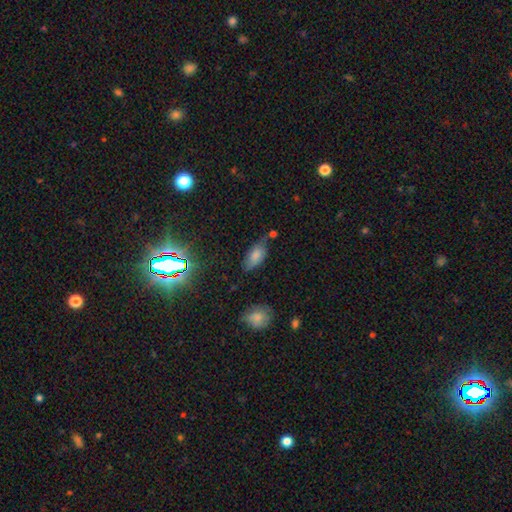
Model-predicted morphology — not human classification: Q: Smooth or featured?
A: smooth (74%); runner-up: featured or disk (15%)
Q: How rounded?
A: in between (90%); runner-up: cigar-shaped (7%)
Q: Merging?
A: none (55%); runner-up: minor disturbance (29%)